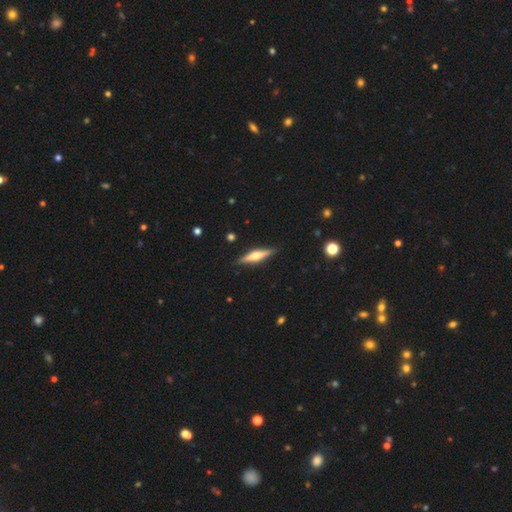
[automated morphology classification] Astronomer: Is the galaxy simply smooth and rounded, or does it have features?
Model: featured or disk — 63%.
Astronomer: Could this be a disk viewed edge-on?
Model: yes — 97%.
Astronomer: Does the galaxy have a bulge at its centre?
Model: rounded — 87%.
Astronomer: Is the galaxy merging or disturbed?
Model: none — 90%.